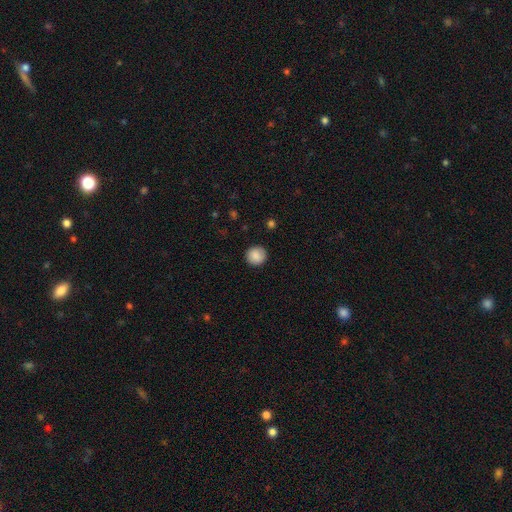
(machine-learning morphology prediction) A smooth galaxy with no disk features (87%) that is round (93%).

Vote fractions:
- Smooth or featured? smooth: 87% / star or artifact: 8% / featured or disk: 5%
- How rounded? round: 93% / in between: 6% / cigar-shaped: 1%
- Merging? none: 90% / minor disturbance: 7% / major disturbance: 2% / merger: 1%